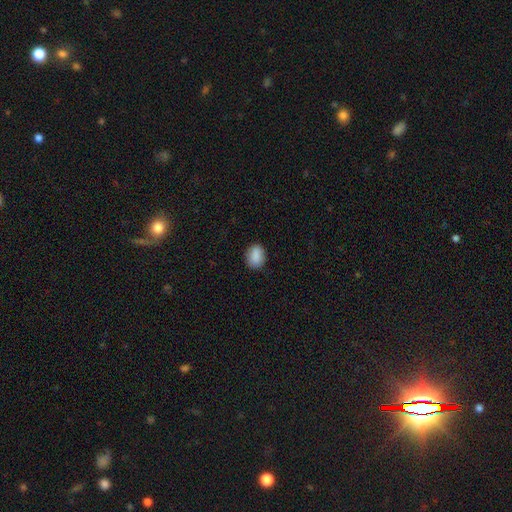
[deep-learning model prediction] A smooth galaxy with no disk features (88%) that is in between round and cigar-shaped (63%). Merging: none (84%).